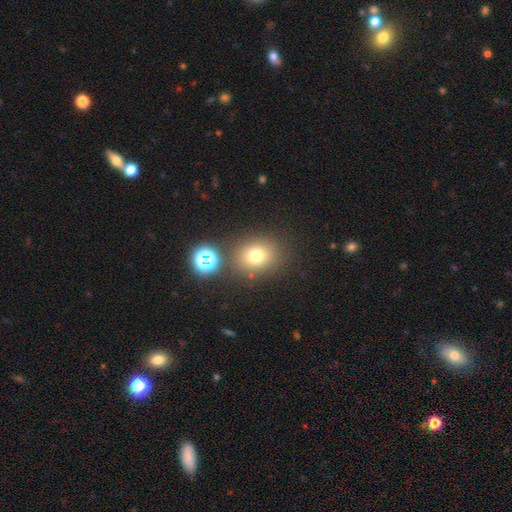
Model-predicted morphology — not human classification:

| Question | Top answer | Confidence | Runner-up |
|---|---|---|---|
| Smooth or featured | smooth | 73% | star or artifact (17%) |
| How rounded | round | 64% | in between (35%) |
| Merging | none | 78% | minor disturbance (10%) |